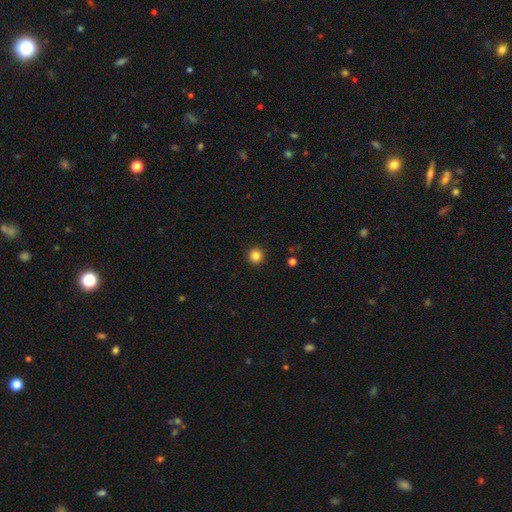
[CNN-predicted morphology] This is clearly a smooth galaxy (84%). How rounded: clearly round (95%). Merging: clearly none (93%).